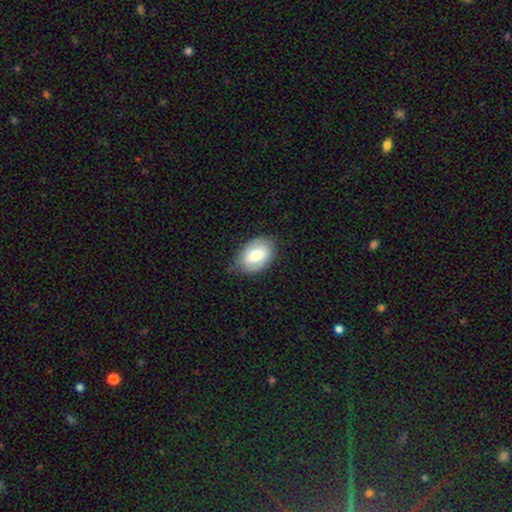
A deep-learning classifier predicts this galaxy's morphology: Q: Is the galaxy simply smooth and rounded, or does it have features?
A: smooth — 66%.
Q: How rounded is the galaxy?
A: in between — 86%.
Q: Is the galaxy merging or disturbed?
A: none — 77%.